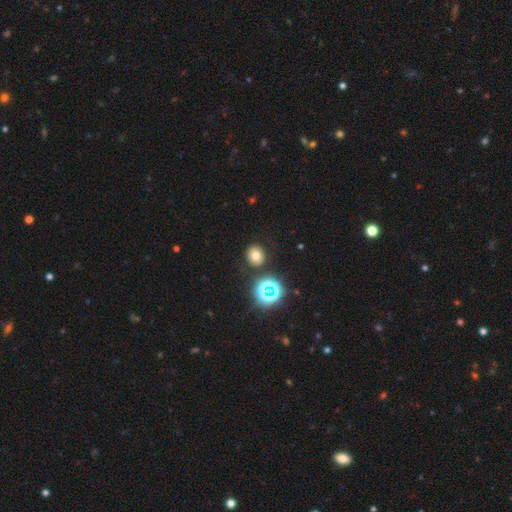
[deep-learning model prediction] Overall: smooth (68%). How rounded: round (80%). Merging: none (86%).